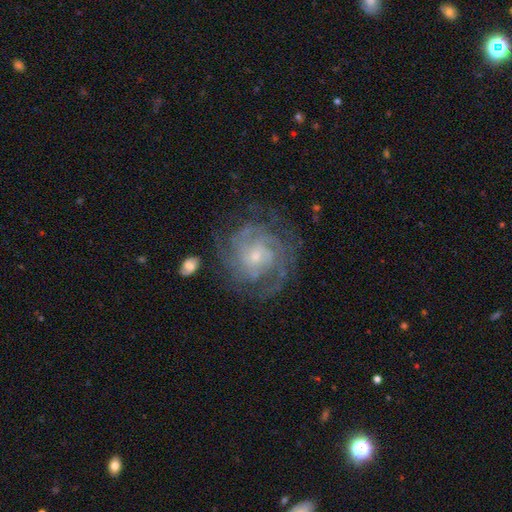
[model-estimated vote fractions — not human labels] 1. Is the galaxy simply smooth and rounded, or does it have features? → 85% featured or disk, 8% smooth, 7% star or artifact.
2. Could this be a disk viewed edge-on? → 98% no, 2% yes.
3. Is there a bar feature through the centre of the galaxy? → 68% no, 27% weak, 5% strong.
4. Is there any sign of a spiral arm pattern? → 96% yes, 4% no.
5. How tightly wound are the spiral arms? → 66% tight, 28% medium, 6% loose.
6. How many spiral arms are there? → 31% can't tell, 22% 3, 18% 2, 16% 4, 7% more than 4, 6% 1.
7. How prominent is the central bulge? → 71% small, 23% moderate, 3% none, 2% large, 1% dominant.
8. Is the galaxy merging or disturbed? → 73% none, 16% minor disturbance, 10% major disturbance, 2% merger.